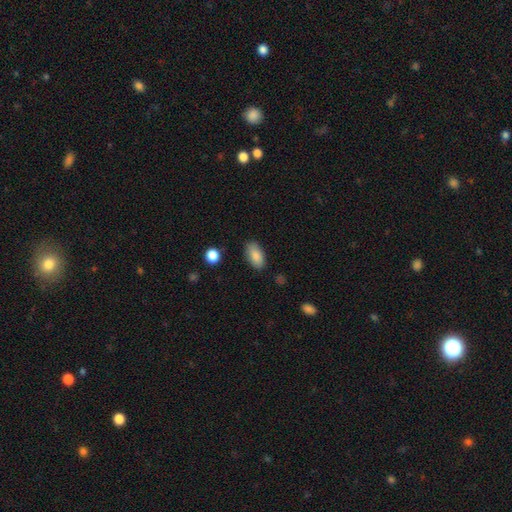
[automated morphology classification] Smooth or featured? Predicted: smooth (p=0.87). How rounded? Predicted: in between (p=0.92). Merging? Predicted: none (p=0.85).